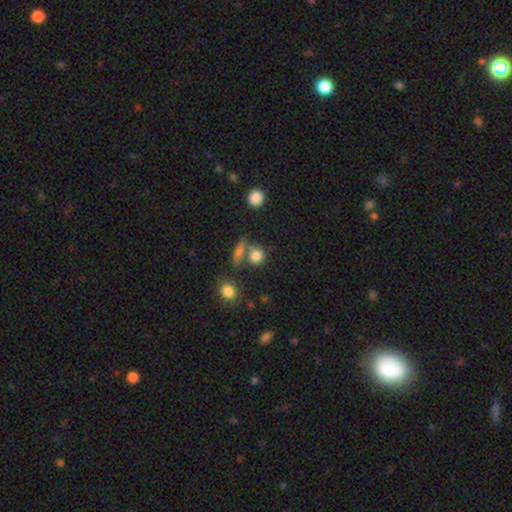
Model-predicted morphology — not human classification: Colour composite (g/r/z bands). It shows a smooth galaxy with no disk features (79%) that is round (75%). Merging: none (48%).